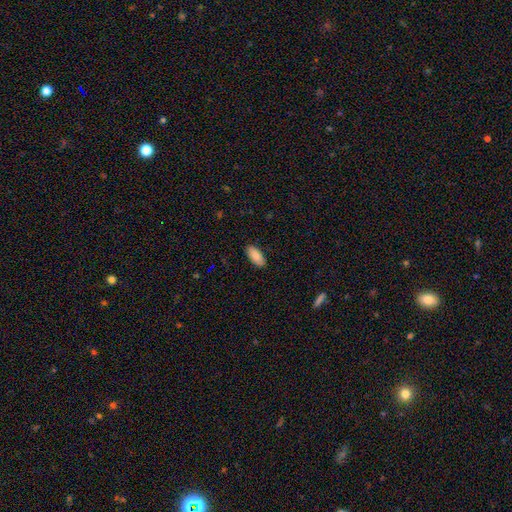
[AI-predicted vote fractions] This appears to be a smooth galaxy with no disk features (88%) that is in between round and cigar-shaped (89%). Merging: none (89%).